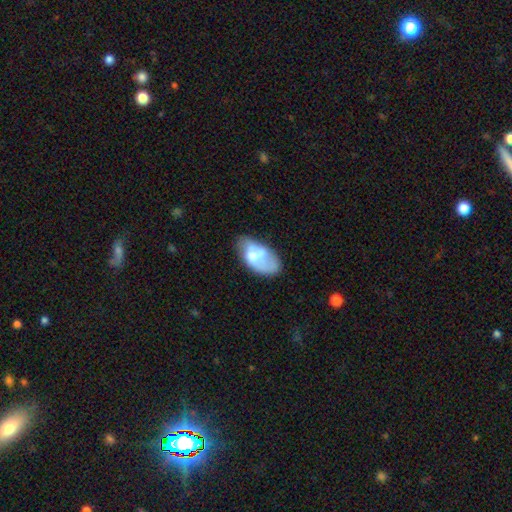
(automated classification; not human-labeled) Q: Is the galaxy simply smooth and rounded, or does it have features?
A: smooth — 54%.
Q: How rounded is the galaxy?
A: in between — 94%.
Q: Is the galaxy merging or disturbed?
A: none — 40%.